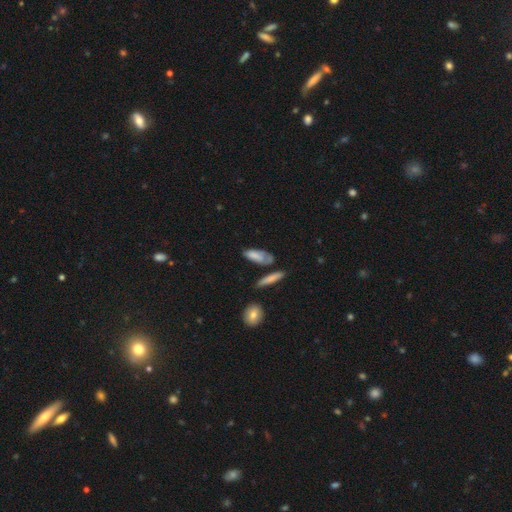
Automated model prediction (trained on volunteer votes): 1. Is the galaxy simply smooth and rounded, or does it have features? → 71% smooth, 22% featured or disk, 7% star or artifact.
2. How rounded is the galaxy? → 67% in between, 30% cigar-shaped, 3% round.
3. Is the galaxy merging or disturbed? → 47% none, 26% minor disturbance, 15% merger, 13% major disturbance.